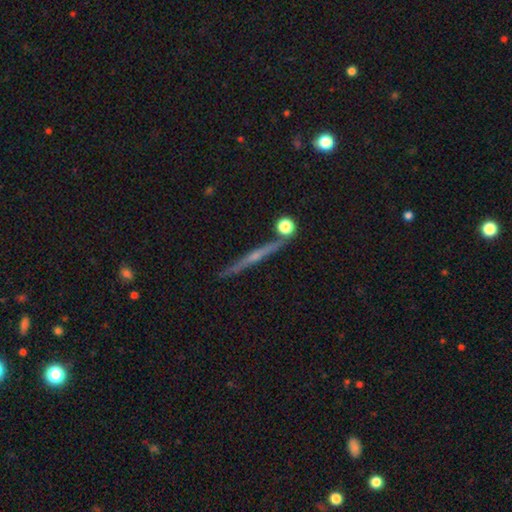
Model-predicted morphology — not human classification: type=featured or disk (74%); edge-on=yes (97%); edge-on bulge=rounded (68%); merging=none (85%).